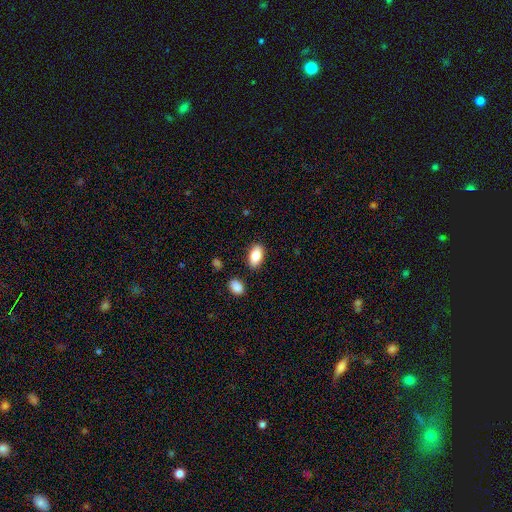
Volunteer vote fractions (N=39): Smooth or featured: smooth — 79% (featured or disk — 10%)
How rounded: in between — 97% (cigar-shaped — 3%)
Merging: none — 86% (minor disturbance — 11%)